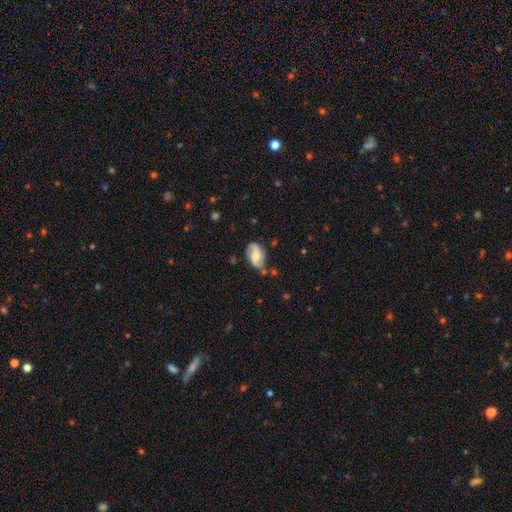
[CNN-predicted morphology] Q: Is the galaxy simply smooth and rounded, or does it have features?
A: featured or disk — 60%.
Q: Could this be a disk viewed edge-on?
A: no — 96%.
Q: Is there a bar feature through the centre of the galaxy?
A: no — 48%.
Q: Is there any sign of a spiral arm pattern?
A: yes — 89%.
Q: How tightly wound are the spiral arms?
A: loose — 45%.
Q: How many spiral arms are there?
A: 2 — 86%.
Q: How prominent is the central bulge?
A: moderate — 53%.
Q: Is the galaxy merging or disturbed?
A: none — 64%.